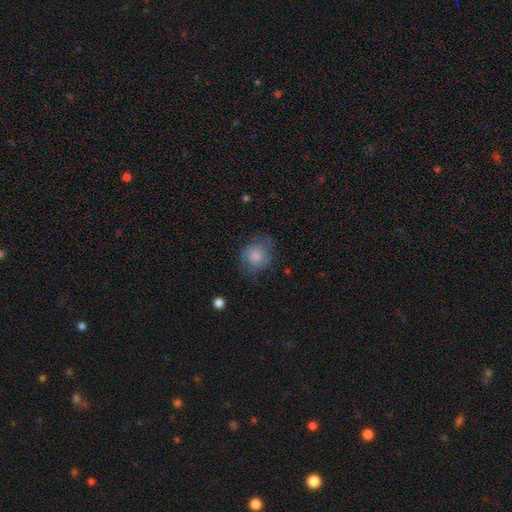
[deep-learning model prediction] Smooth or featured? smooth (73%)
How rounded? round (67%)
Merging? none (61%)